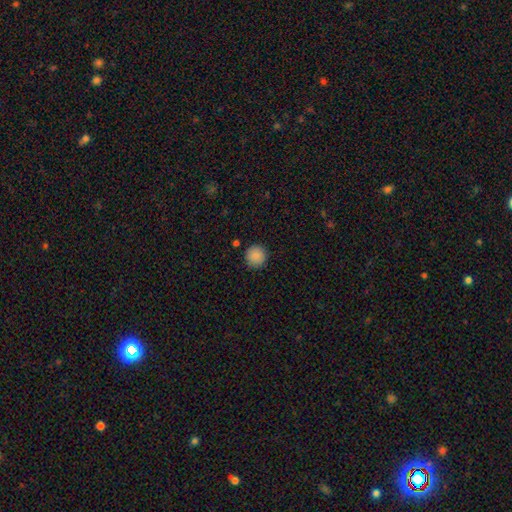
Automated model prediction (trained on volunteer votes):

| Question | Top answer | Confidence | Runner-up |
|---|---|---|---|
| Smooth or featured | smooth | 88% | star or artifact (8%) |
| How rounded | round | 95% | in between (4%) |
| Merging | none | 90% | minor disturbance (7%) |